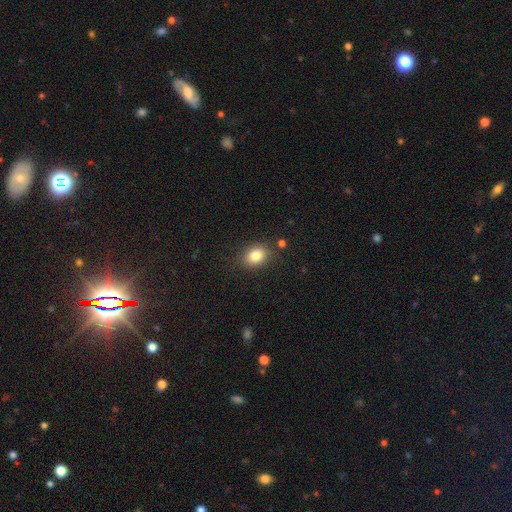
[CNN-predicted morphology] Smooth or featured?
  - smooth: 83% *
  - star or artifact: 10%
  - featured or disk: 7%
How rounded?
  - in between: 55% *
  - round: 44%
  - cigar-shaped: 1%
Merging?
  - none: 82% *
  - minor disturbance: 12%
  - major disturbance: 3%
  - merger: 3%